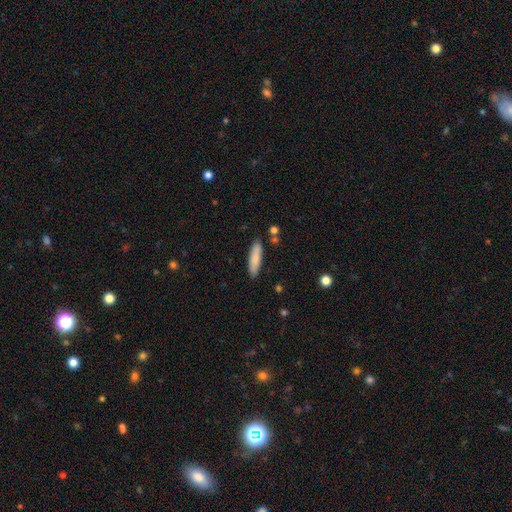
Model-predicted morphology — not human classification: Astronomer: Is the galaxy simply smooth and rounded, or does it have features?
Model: smooth — 82%.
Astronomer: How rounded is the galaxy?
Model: cigar-shaped — 72%.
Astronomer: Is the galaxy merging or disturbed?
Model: none — 85%.